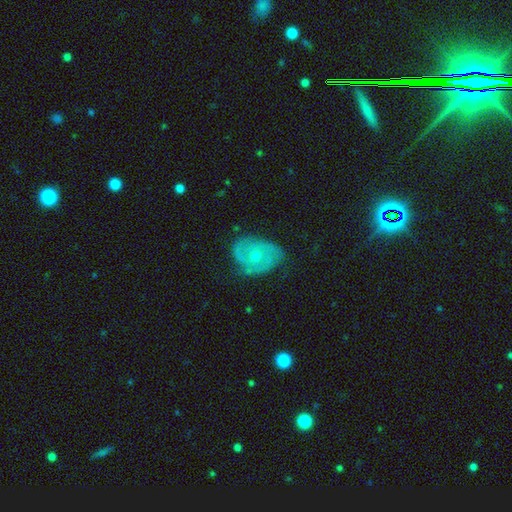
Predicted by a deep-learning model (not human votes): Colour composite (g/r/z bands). It shows a featured or disk galaxy (73%) with no bar (80%), 2 (49%) tight (49%) spiral arms (86%) and a small central bulge (55%). Merging: none (64%).